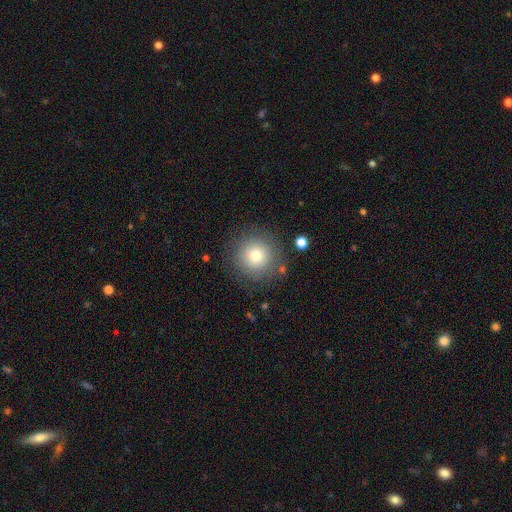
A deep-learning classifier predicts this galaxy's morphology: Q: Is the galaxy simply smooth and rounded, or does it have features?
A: smooth — 77%.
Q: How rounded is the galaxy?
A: round — 95%.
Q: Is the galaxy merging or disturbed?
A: none — 84%.